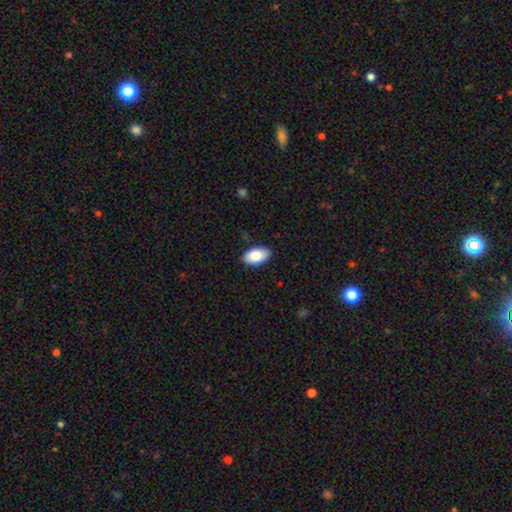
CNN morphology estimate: Smooth or featured? smooth (83%)
How rounded? in between (95%)
Merging? none (88%)